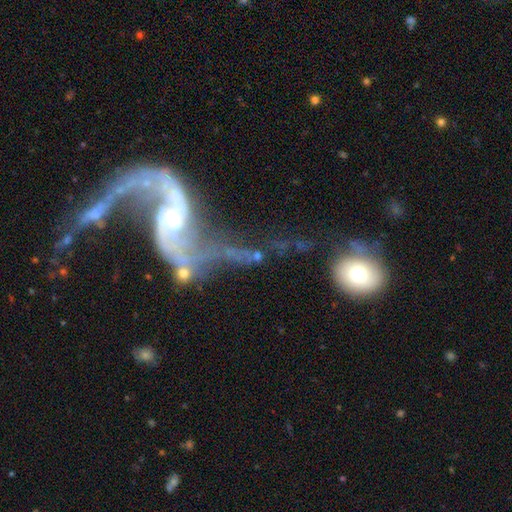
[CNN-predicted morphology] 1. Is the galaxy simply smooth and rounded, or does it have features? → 65% featured or disk, 20% smooth, 15% star or artifact.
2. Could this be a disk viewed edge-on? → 89% no, 11% yes.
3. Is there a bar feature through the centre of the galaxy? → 60% no, 26% weak, 15% strong.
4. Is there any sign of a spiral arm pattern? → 68% yes, 32% no.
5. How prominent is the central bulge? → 45% small, 35% moderate, 11% none, 6% large, 3% dominant.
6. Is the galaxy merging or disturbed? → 38% merger, 30% major disturbance, 20% none, 11% minor disturbance.